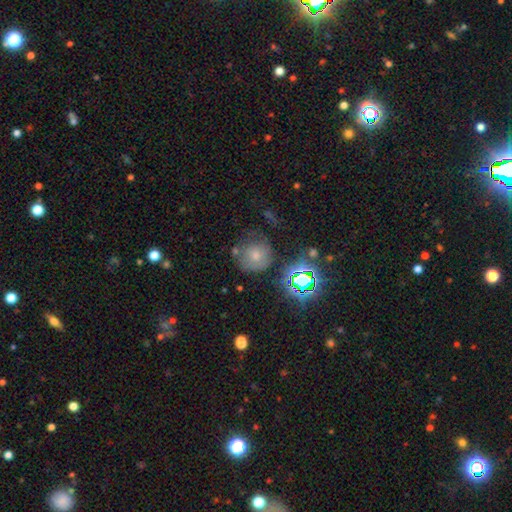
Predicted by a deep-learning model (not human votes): smooth 63%, star or artifact 20%, featured or disk 17%. Down the decision tree: how rounded — round (89%); merging — none (58%).